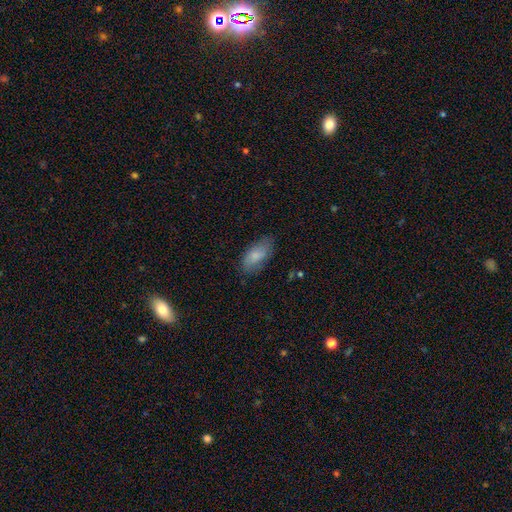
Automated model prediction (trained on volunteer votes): This is likely a smooth galaxy (77%). How rounded: clearly in between (89%). Merging: likely none (73%).